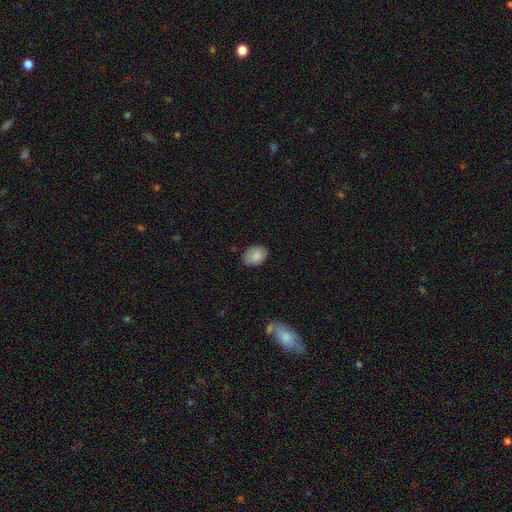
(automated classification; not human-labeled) Smooth or featured? smooth (85%)
How rounded? in between (75%)
Merging? none (78%)